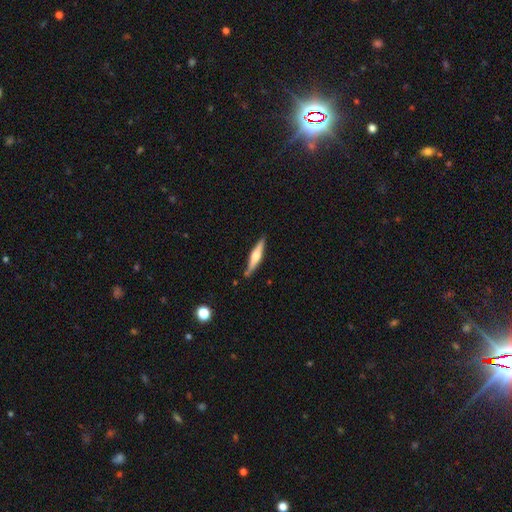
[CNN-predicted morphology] smooth-or-featured: featured or disk: 58% | smooth: 37% | star or artifact: 5%
  disk-edge-on: yes: 97% | no: 3%
    edge-on-bulge: rounded: 85% | boxy: 10% | none: 5%
  merging: none: 84% | minor disturbance: 11% | merger: 3% | major disturbance: 2%